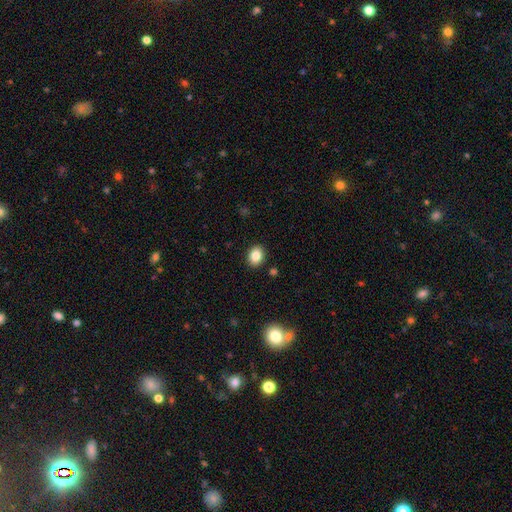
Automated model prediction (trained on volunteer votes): Smooth or featured?
  - smooth: 85% *
  - star or artifact: 9%
  - featured or disk: 5%
How rounded?
  - in between: 59% *
  - round: 40%
  - cigar-shaped: 1%
Merging?
  - none: 90% *
  - minor disturbance: 7%
  - major disturbance: 2%
  - merger: 1%